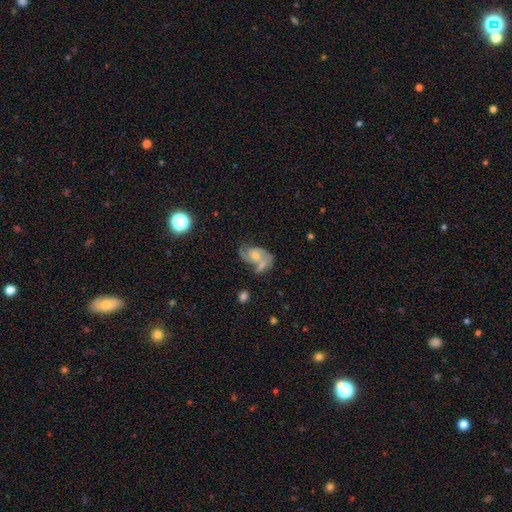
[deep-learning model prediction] smooth-or-featured: featured or disk: 72% | smooth: 20% | star or artifact: 8%
  disk-edge-on: no: 97% | yes: 3%
    bar: no: 66% | weak: 29% | strong: 5%
    has-spiral-arms: yes: 88% | no: 12%
      spiral-winding: medium: 49% | loose: 29% | tight: 23%
      spiral-arm-count: 2: 74% | can't tell: 10% | 1: 8% | 3: 5% | 4: 2% | more than 4: 1%
    bulge-size: moderate: 50% | small: 37% | large: 6% | none: 6% | dominant: 1%
  merging: merger: 37% | none: 31% | minor disturbance: 17% | major disturbance: 14%